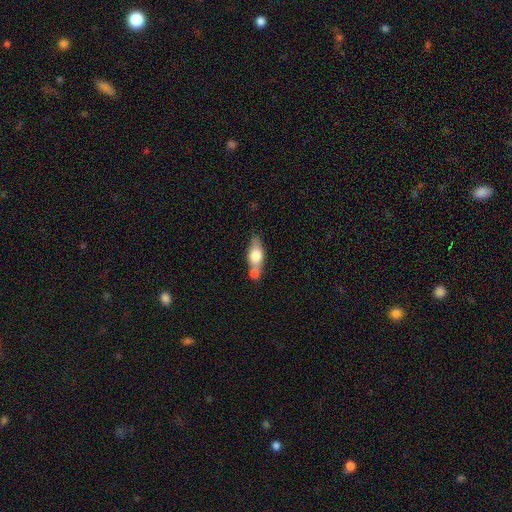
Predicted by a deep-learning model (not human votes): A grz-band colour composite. It shows a smooth galaxy with no disk features (62%) that is in between round and cigar-shaped (67%). Merging: merger (46%).